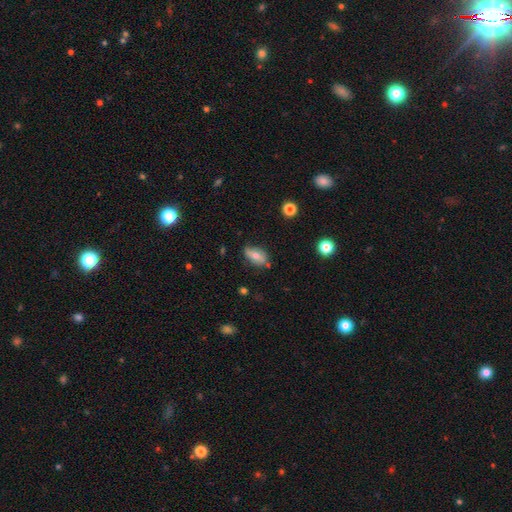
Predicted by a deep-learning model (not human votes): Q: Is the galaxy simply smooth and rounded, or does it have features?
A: smooth — 63%.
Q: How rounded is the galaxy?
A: in between — 88%.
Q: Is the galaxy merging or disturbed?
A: none — 70%.